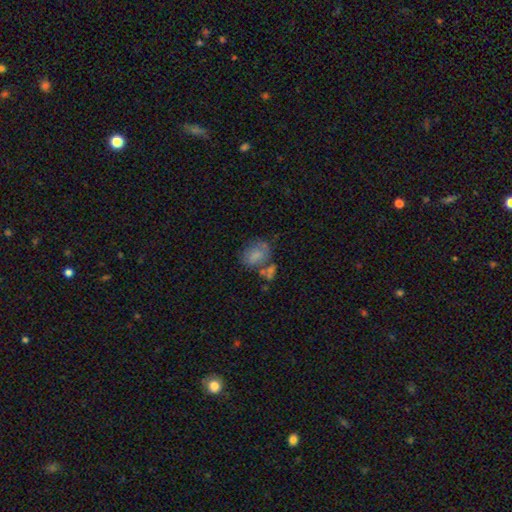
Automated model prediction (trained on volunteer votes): Smooth or featured? smooth (68%)
How rounded? in between (62%)
Merging? none (43%)